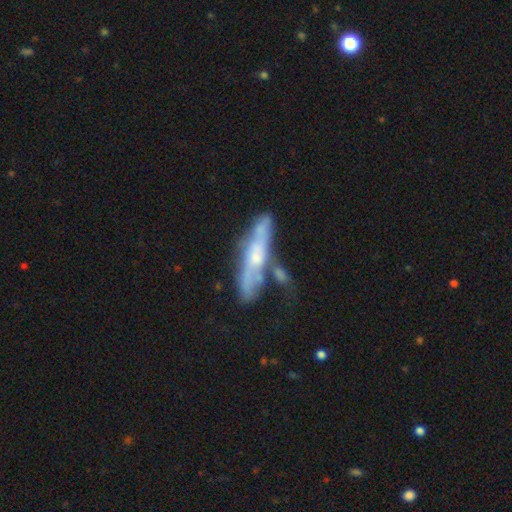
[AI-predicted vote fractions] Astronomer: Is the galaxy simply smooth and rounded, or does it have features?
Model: featured or disk — 63%.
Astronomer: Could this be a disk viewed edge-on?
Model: yes — 54% (runner-up: no, 46%).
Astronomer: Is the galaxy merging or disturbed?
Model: none — 49%.